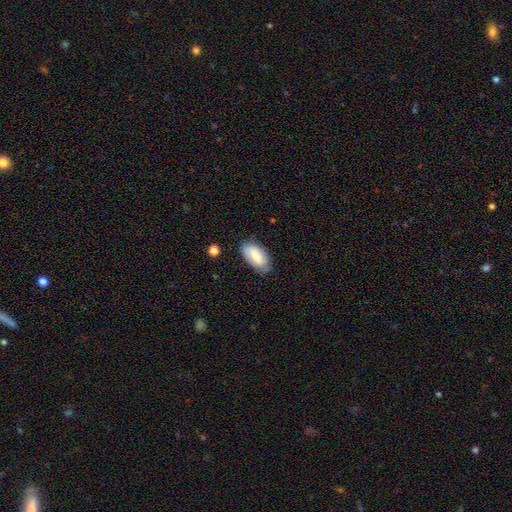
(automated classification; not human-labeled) A smooth galaxy with no disk features (68%) that is in between round and cigar-shaped (93%).

Vote fractions:
- Smooth or featured? smooth: 68% / featured or disk: 25% / star or artifact: 7%
- How rounded? in between: 93% / cigar-shaped: 4% / round: 3%
- Merging? none: 72% / minor disturbance: 22% / major disturbance: 4% / merger: 2%